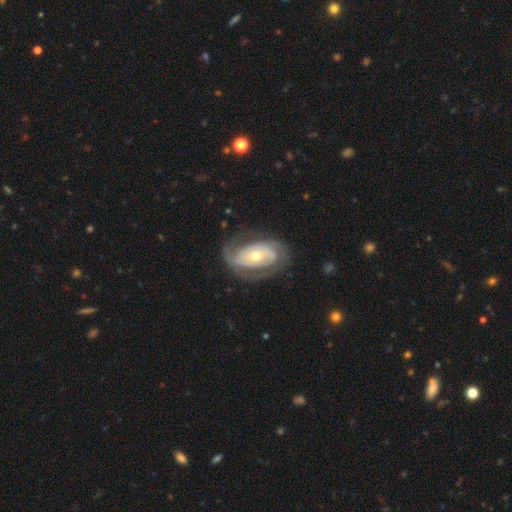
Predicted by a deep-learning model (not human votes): Smooth or featured: featured or disk — 82% (smooth — 14%)
Edge-on disk: no — 95% (yes — 5%)
Bar: no — 61% (weak — 24%)
Spiral arms: yes — 87% (no — 13%)
Spiral winding: tight — 49% (medium — 35%)
Spiral arm count: 2 — 68% (can't tell — 16%)
Bulge size: moderate — 57% (small — 37%)
Merging: none — 68% (minor disturbance — 18%)